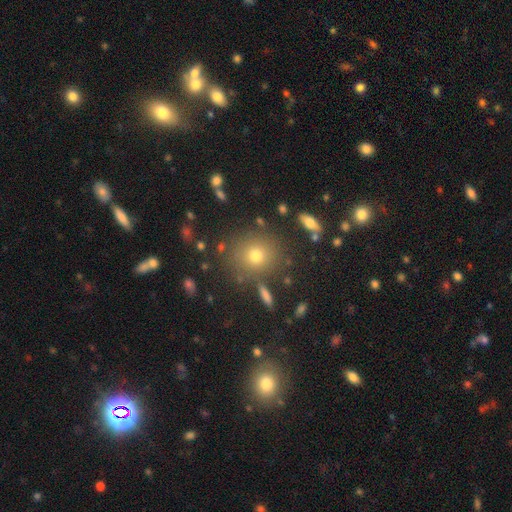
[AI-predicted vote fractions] Morphology: type=smooth (69%); roundness=round (88%); merging=none (84%).